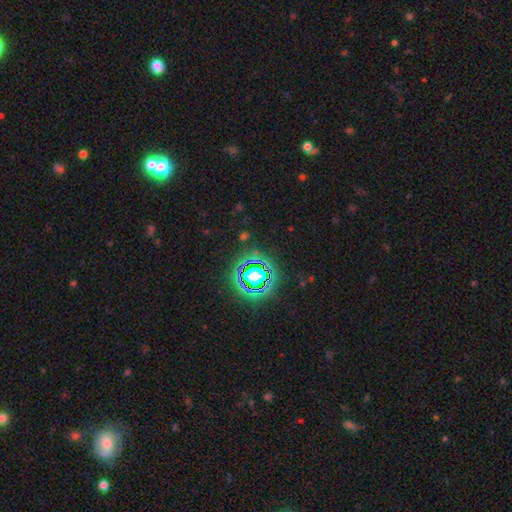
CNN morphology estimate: This appears to be a star or artifact, not a galaxy (78%).